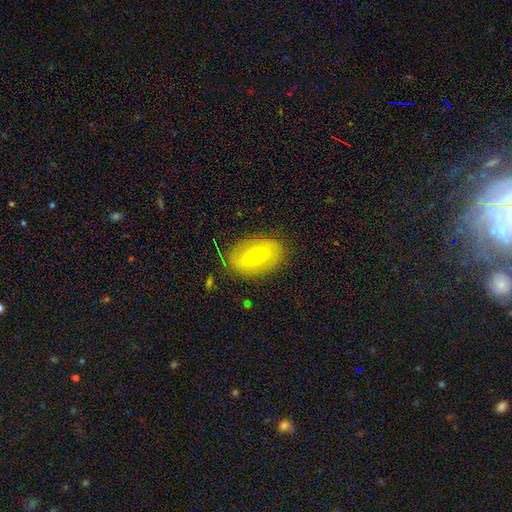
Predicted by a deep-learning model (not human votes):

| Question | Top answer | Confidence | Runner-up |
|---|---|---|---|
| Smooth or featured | featured or disk | 48% | smooth (45%) |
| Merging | none | 80% | minor disturbance (13%) |